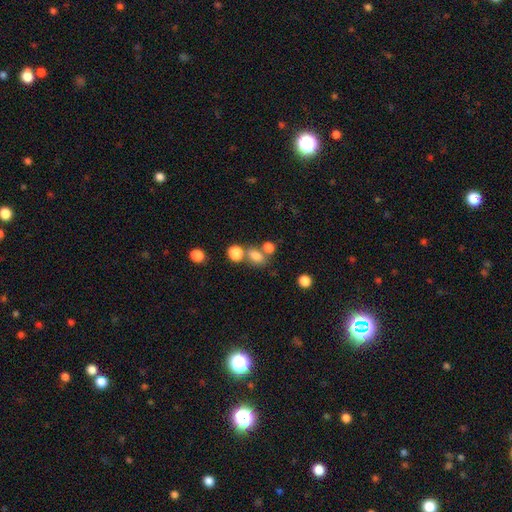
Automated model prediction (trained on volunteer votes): This is likely a smooth galaxy (77%). How rounded: likely in between (66%). Merging: possibly none (52%).